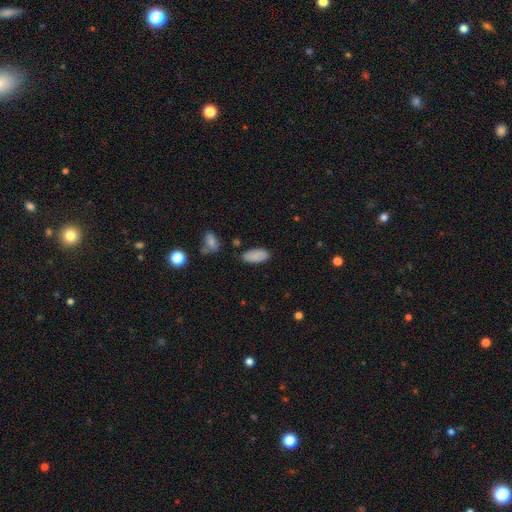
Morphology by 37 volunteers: Smooth or featured? 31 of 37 (84%) said smooth. How rounded? 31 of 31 (100%) said in between. Merging? 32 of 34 (94%) said none.